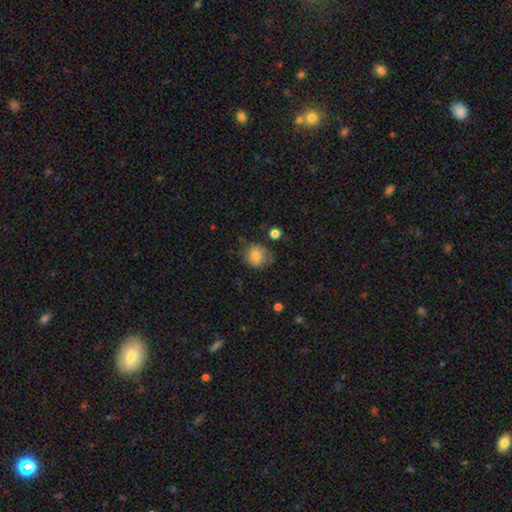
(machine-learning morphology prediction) Smooth or featured: smooth — 77% (featured or disk — 13%)
How rounded: round — 76% (in between — 23%)
Merging: none — 64% (minor disturbance — 25%)